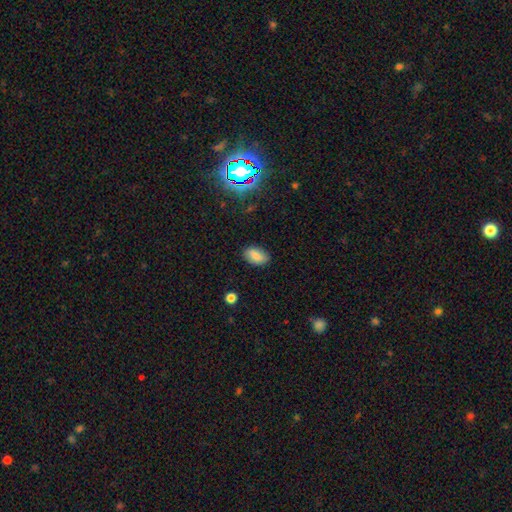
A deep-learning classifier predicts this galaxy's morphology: type=smooth (80%); roundness=in between (91%); merging=none (83%).